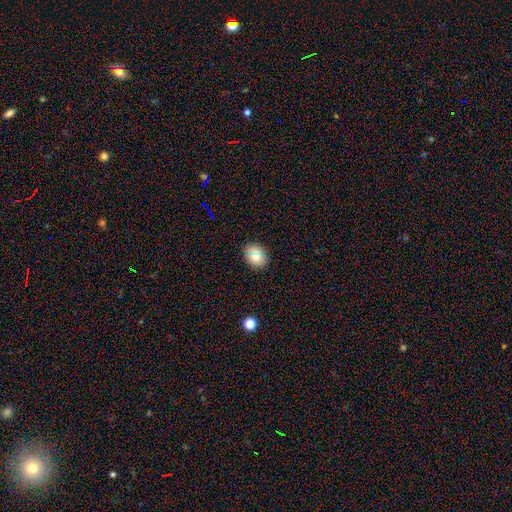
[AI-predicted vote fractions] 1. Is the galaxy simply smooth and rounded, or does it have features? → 77% smooth, 13% featured or disk, 11% star or artifact.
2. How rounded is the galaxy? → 54% round, 45% in between, 1% cigar-shaped.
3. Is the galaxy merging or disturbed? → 87% none, 10% minor disturbance, 2% major disturbance, 1% merger.